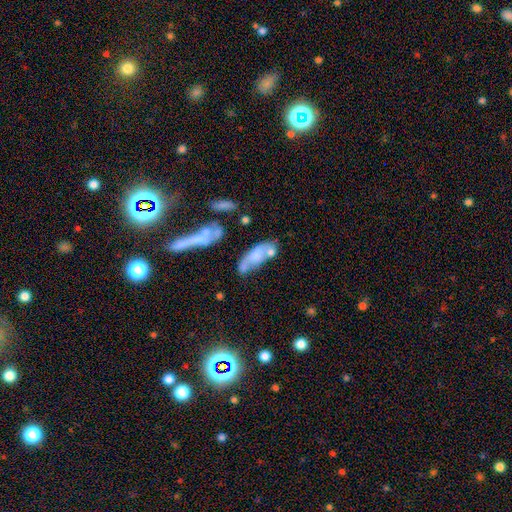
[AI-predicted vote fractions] smooth_or_featured: smooth (p=0.56) [alt: featured or disk p=0.36]
how_rounded: in between (p=0.65) [alt: cigar-shaped p=0.32]
merging: none (p=0.34) [alt: merger p=0.27]